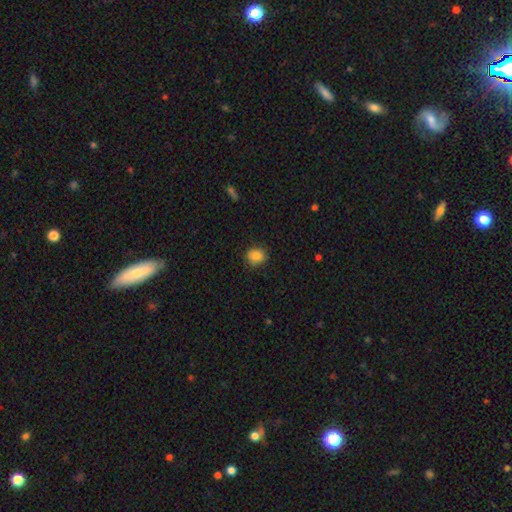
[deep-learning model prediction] A smooth galaxy with no disk features (85%) that is round (68%). Merging: none (84%).